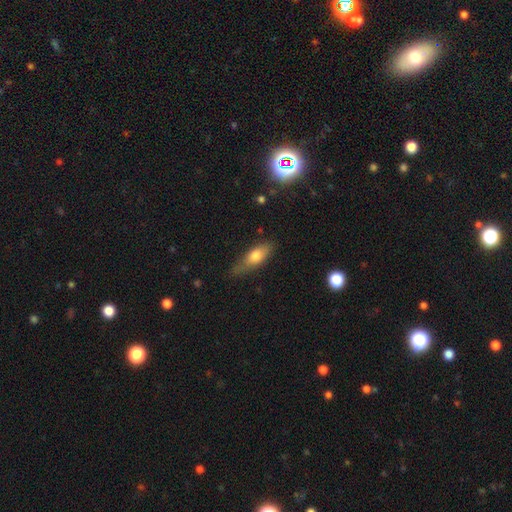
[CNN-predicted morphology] Q: Smooth or featured?
A: smooth (70%); runner-up: featured or disk (23%)
Q: How rounded?
A: in between (64%); runner-up: cigar-shaped (33%)
Q: Merging?
A: none (62%); runner-up: minor disturbance (28%)